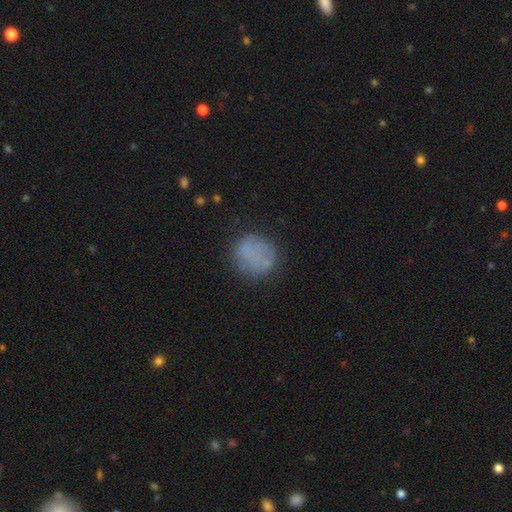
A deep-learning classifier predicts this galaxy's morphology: This appears to be a smooth galaxy with no disk features (67%) that is round (89%). Merging: none (72%).